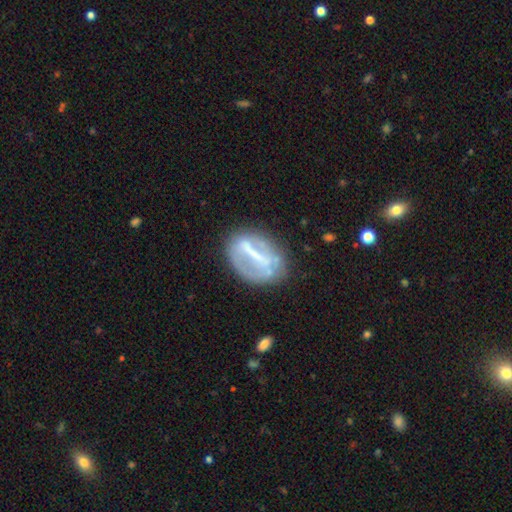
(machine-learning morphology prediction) featured or disk 63%, smooth 28%, star or artifact 9%. Down the decision tree: edge-on disk — no (90%); bar — strong (74%); spiral arms — no (75%); bulge size — none (48%); merging — none (64%).